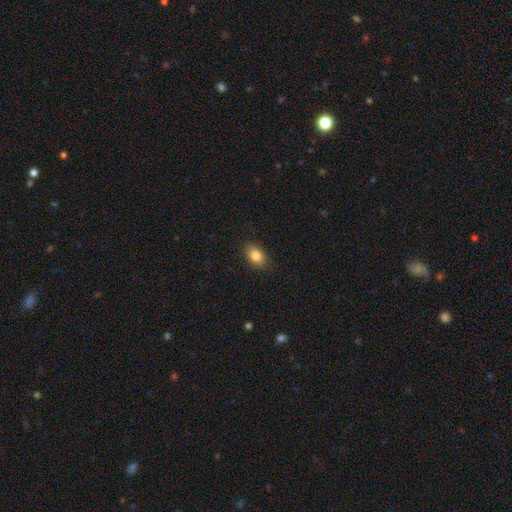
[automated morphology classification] Smooth or featured?
  - smooth: 85% *
  - star or artifact: 9%
  - featured or disk: 7%
How rounded?
  - in between: 79% *
  - round: 19%
  - cigar-shaped: 1%
Merging?
  - none: 87% *
  - minor disturbance: 9%
  - major disturbance: 2%
  - merger: 1%